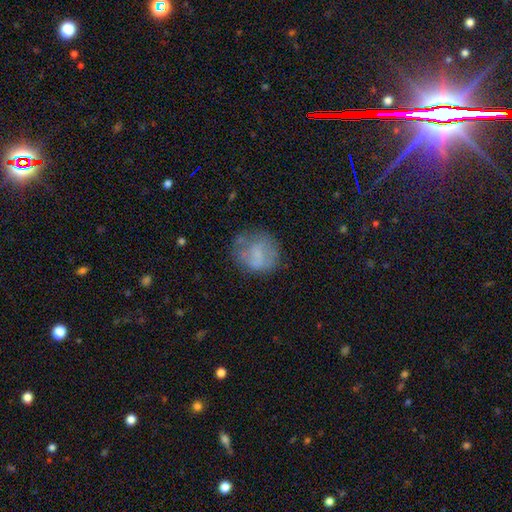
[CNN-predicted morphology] Overall: smooth (58%; featured or disk 31%). How rounded: round (76%). Merging: none (60%; minor disturbance 23%).